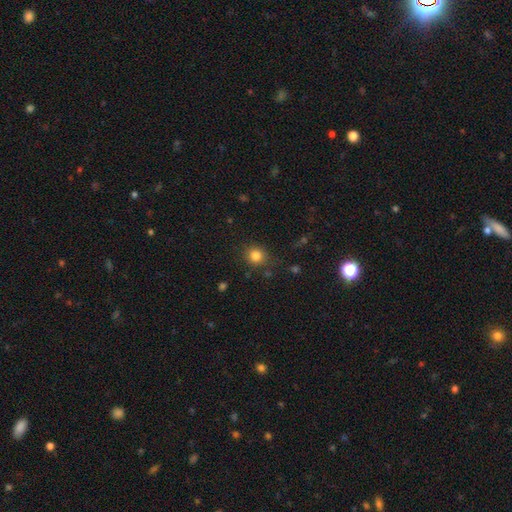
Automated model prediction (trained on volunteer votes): The model was most divided on "smooth or featured": smooth: 82%, star or artifact: 12%, featured or disk: 5%. More confident: how rounded — round (87%); merging — none (84%).